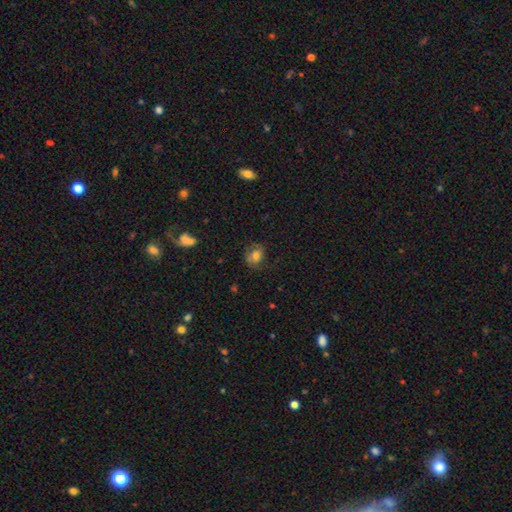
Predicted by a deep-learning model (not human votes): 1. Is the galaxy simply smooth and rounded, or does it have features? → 65% smooth, 24% featured or disk, 11% star or artifact.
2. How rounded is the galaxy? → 53% round, 46% in between, 1% cigar-shaped.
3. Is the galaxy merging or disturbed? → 65% none, 22% minor disturbance, 11% major disturbance, 2% merger.